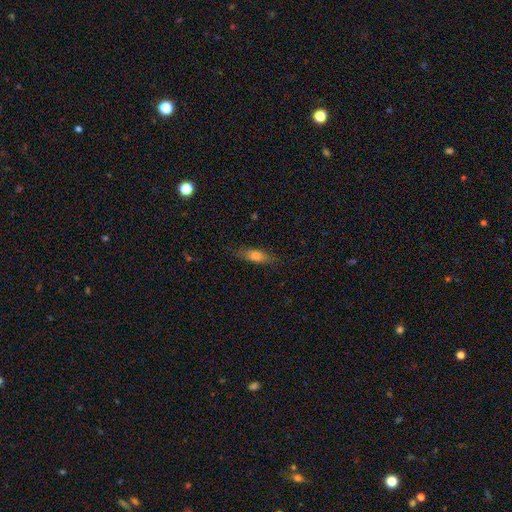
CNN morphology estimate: Q: Smooth or featured?
A: smooth (67%); runner-up: featured or disk (25%)
Q: How rounded?
A: cigar-shaped (50%); runner-up: in between (47%)
Q: Merging?
A: none (81%); runner-up: minor disturbance (14%)